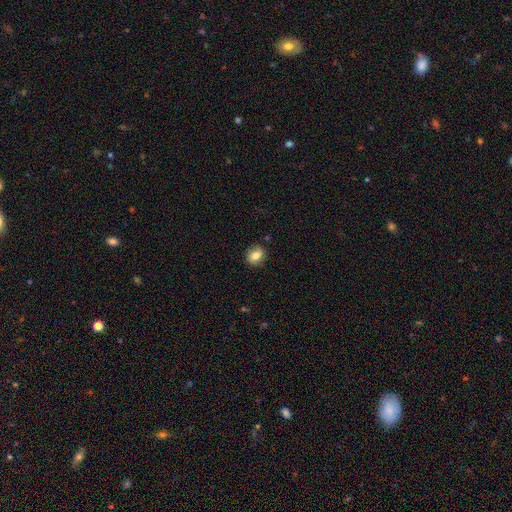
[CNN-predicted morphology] Smooth or featured? Predicted: smooth (p=0.80). How rounded? Predicted: in between (p=0.50). Merging? Predicted: none (p=0.85).